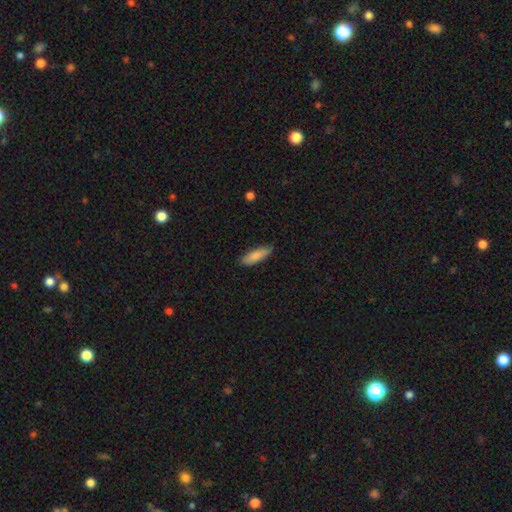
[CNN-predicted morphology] Smooth or featured: smooth — 84% (featured or disk — 10%)
How rounded: cigar-shaped — 55% (in between — 43%)
Merging: none — 83% (minor disturbance — 14%)